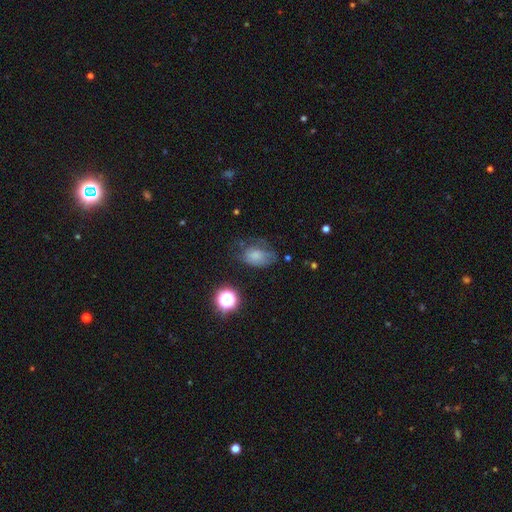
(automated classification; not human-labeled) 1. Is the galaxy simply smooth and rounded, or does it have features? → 64% smooth, 22% featured or disk, 14% star or artifact.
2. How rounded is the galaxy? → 77% in between, 21% round, 1% cigar-shaped.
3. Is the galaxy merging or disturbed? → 44% none, 31% minor disturbance, 23% major disturbance, 3% merger.